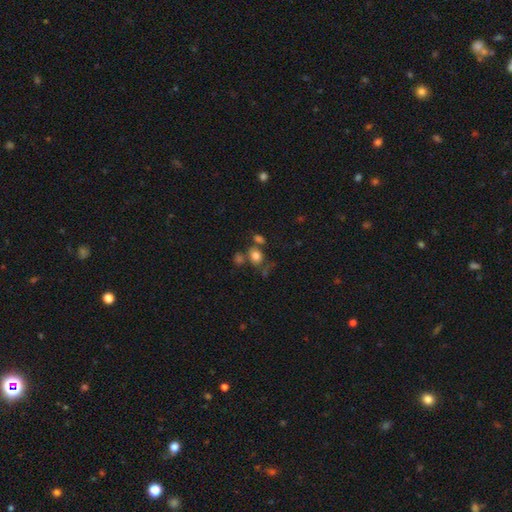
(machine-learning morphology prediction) Smooth or featured: smooth — 76% (star or artifact — 14%)
How rounded: round — 61% (in between — 37%)
Merging: none — 57% (merger — 21%)